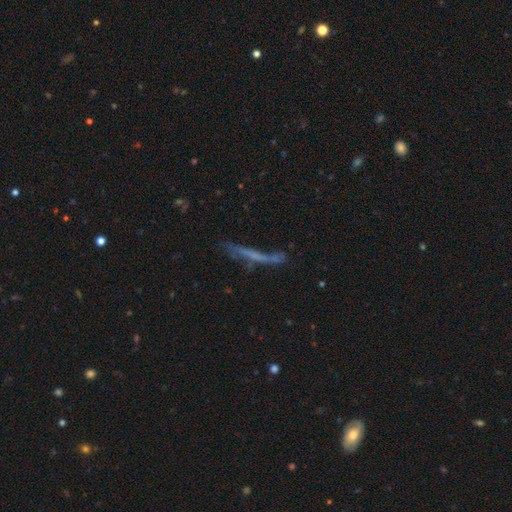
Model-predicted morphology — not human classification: Smooth or featured? featured or disk (49%)
Merging? none (49%)